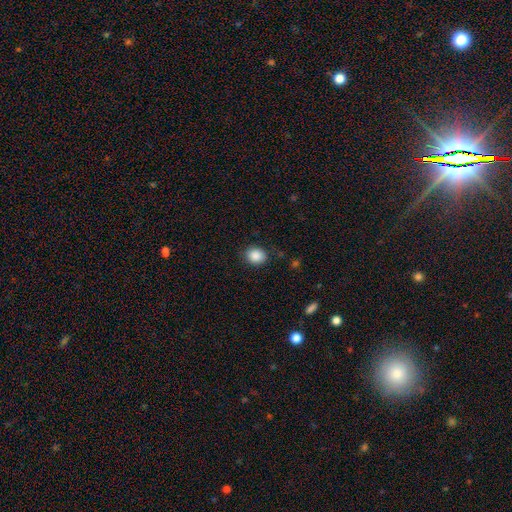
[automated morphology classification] type=smooth (88%); roundness=round (63%); merging=none (85%).